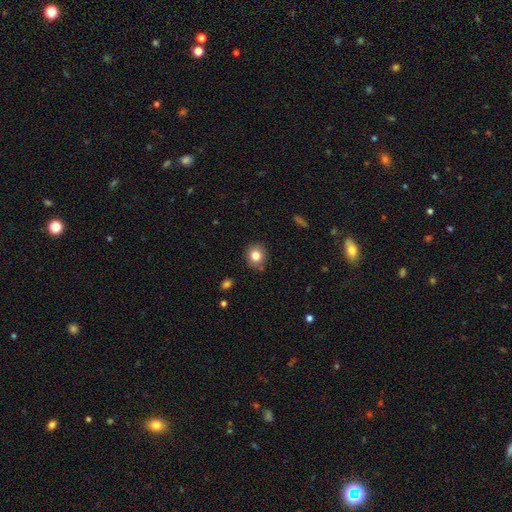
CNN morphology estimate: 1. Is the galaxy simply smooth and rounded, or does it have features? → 82% smooth, 11% star or artifact, 8% featured or disk.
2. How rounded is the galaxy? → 79% round, 20% in between, 1% cigar-shaped.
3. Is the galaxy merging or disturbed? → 85% none, 11% minor disturbance, 2% major disturbance, 1% merger.